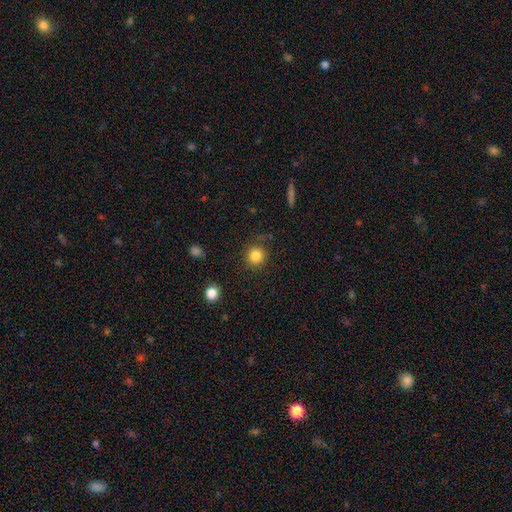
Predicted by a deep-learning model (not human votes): smooth-or-featured: smooth: 83% | star or artifact: 11% | featured or disk: 6%
  how-rounded: round: 93% | in between: 6% | cigar-shaped: 1%
  merging: none: 87% | minor disturbance: 8% | major disturbance: 3% | merger: 2%